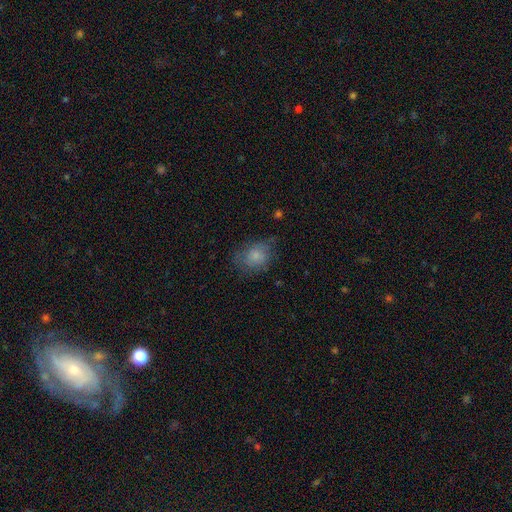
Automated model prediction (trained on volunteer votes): This appears to be a smooth galaxy with no disk features (75%) that is in between round and cigar-shaped (51%). Merging: none (60%).